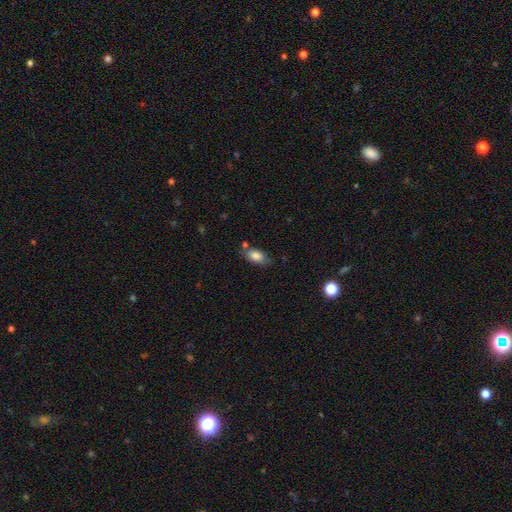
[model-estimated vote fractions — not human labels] This is clearly a smooth galaxy (82%). How rounded: clearly in between (88%). Merging: likely none (67%).